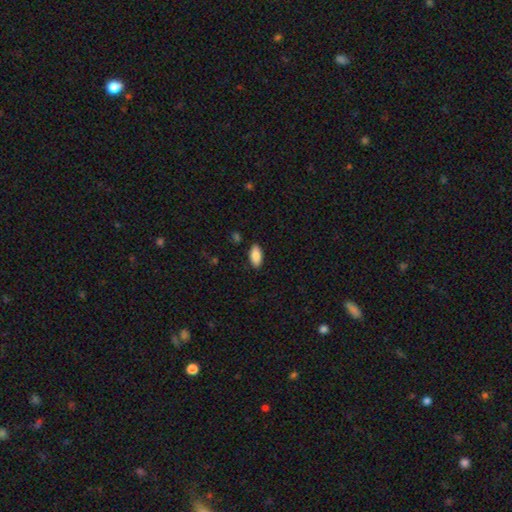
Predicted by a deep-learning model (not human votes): The model was most divided on "merging": none: 88%, minor disturbance: 9%, major disturbance: 2%, merger: 1%. More confident: how rounded — in between (92%); smooth or featured — smooth (88%).